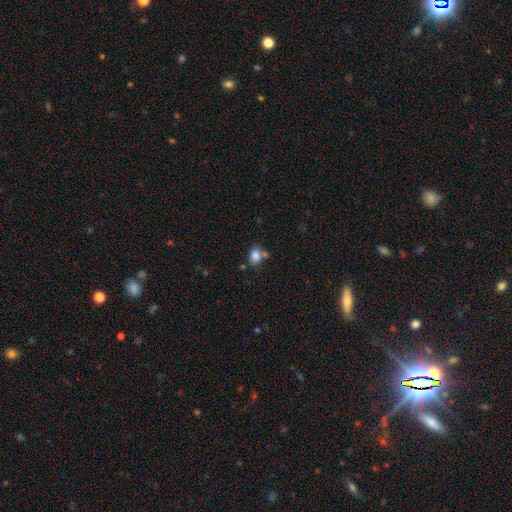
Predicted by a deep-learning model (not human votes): smooth 83%, star or artifact 11%, featured or disk 6%. Down the decision tree: how rounded — in between (53%); merging — none (57%).